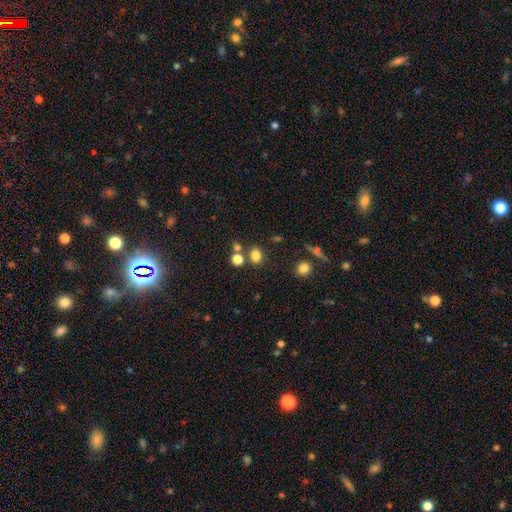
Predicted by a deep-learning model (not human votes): Smooth or featured?
  - smooth: 79% *
  - star or artifact: 14%
  - featured or disk: 7%
How rounded?
  - round: 51% *
  - in between: 47%
  - cigar-shaped: 1%
Merging?
  - none: 69% *
  - merger: 16%
  - minor disturbance: 11%
  - major disturbance: 4%